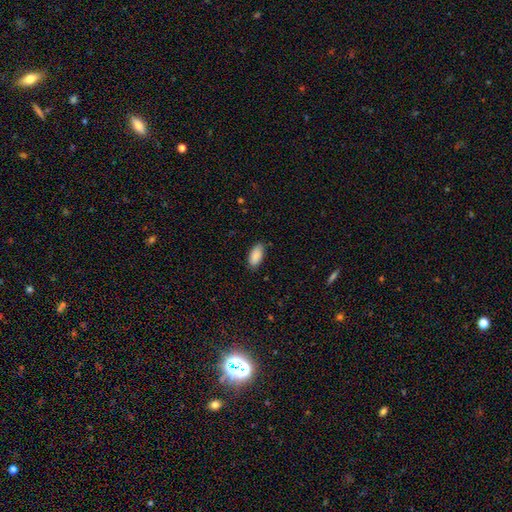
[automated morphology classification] Smooth or featured: smooth — 90% (star or artifact — 6%)
How rounded: in between — 92% (cigar-shaped — 6%)
Merging: none — 81% (minor disturbance — 16%)